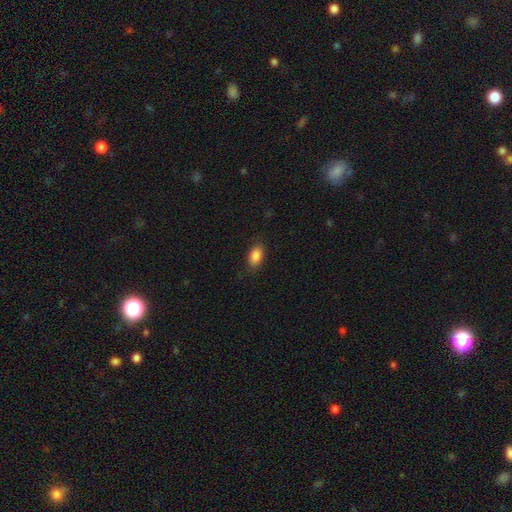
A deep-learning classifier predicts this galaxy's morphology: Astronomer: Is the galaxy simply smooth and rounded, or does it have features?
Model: smooth — 87%.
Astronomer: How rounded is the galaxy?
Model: in between — 90%.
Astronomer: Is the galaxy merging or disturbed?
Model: none — 84%.